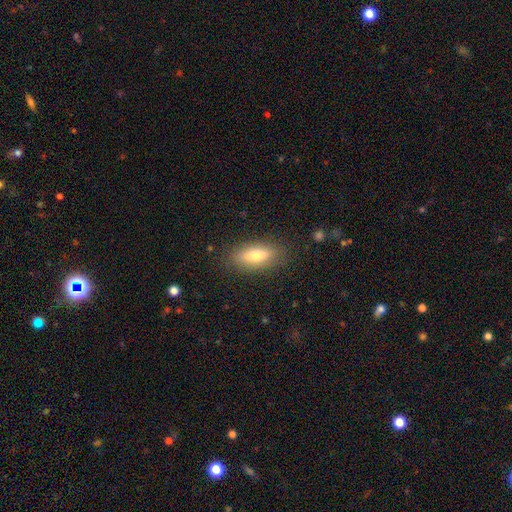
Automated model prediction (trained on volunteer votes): Smooth or featured? smooth (68%)
How rounded? in between (72%)
Merging? none (85%)